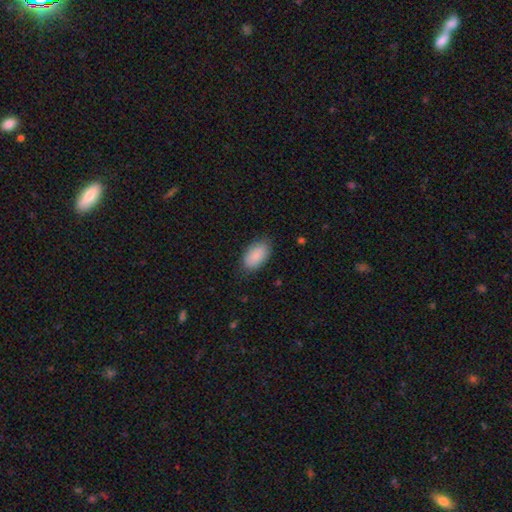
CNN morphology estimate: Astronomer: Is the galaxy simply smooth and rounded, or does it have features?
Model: smooth — 88%.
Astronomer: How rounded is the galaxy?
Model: in between — 94%.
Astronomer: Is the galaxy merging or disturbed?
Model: none — 81%.